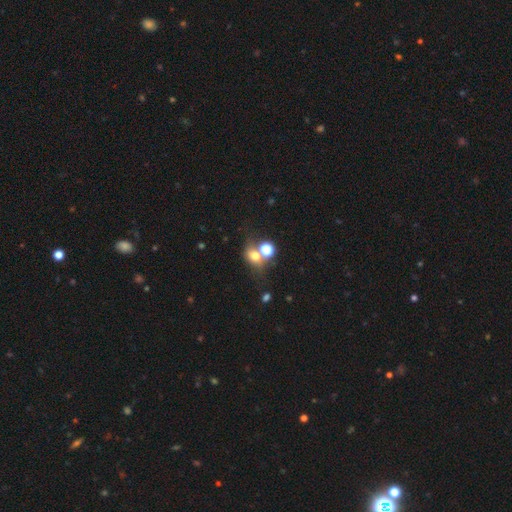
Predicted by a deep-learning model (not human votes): This appears to be a smooth galaxy with no disk features (65%) that is round (50%). Merging: none (43%).